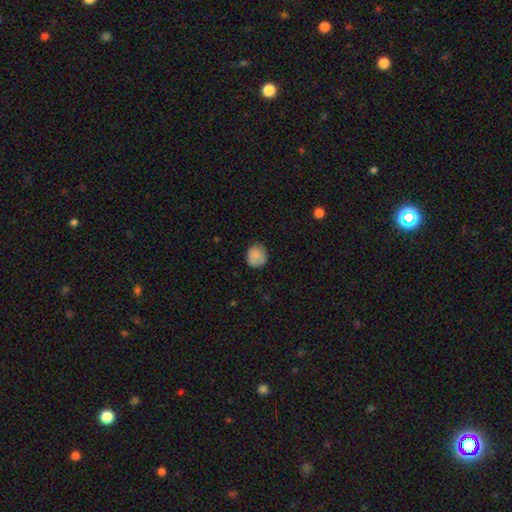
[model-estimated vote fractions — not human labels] smooth_or_featured: smooth (p=0.84) [alt: star or artifact p=0.08]
how_rounded: round (p=0.83) [alt: in between p=0.16]
merging: none (p=0.75) [alt: minor disturbance p=0.20]